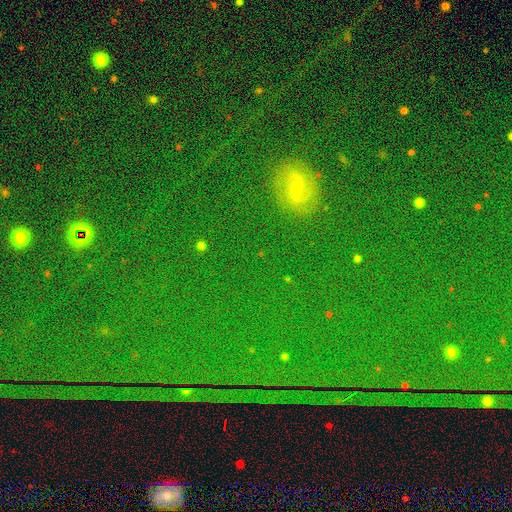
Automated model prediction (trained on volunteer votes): smooth-or-featured: star or artifact: 54% | smooth: 37% | featured or disk: 9%